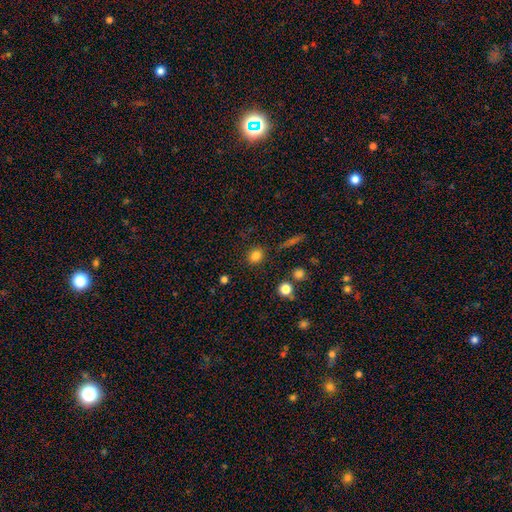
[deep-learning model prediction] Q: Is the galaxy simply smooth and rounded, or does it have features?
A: smooth — 83%.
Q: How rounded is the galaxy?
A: round — 74%.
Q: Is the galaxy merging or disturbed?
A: none — 87%.